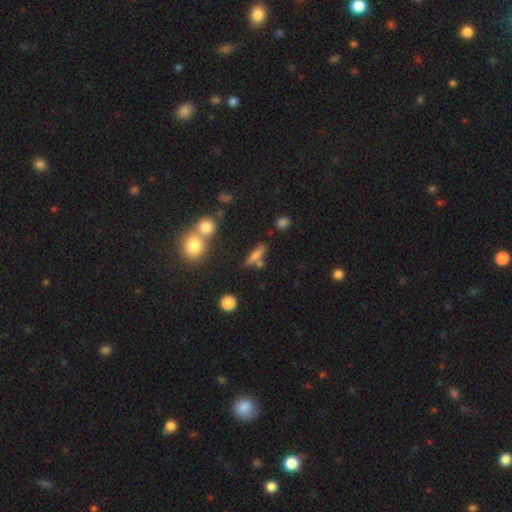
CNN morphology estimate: smooth-or-featured: smooth: 62% | featured or disk: 25% | star or artifact: 13%
  how-rounded: cigar-shaped: 66% | in between: 26% | round: 8%
  merging: none: 59% | merger: 21% | minor disturbance: 14% | major disturbance: 6%